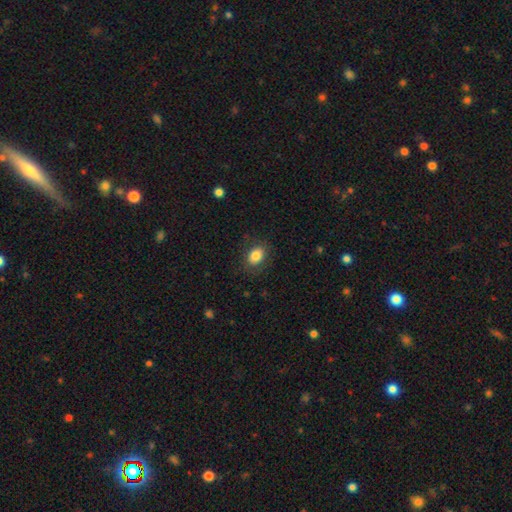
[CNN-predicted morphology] Smooth or featured? Predicted: smooth (p=0.83). How rounded? Predicted: in between (p=0.72). Merging? Predicted: none (p=0.83).